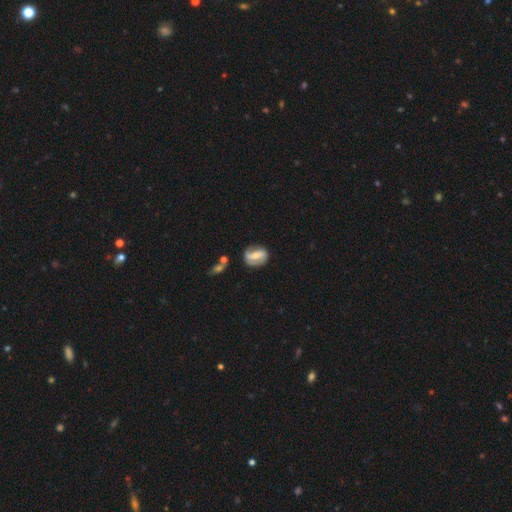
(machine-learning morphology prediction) The model was most divided on "bar": strong: 44%, weak: 36%, no: 20%. More confident: edge-on disk — no (94%); spiral arms — yes (77%); merging — none (69%); smooth or featured — featured or disk (61%); bulge size — moderate (51%).